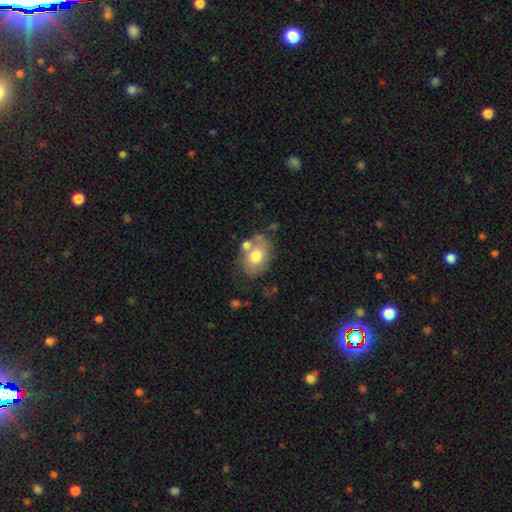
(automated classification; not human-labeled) Smooth or featured: smooth — 68% (featured or disk — 24%)
How rounded: in between — 72% (round — 27%)
Merging: none — 61% (minor disturbance — 18%)